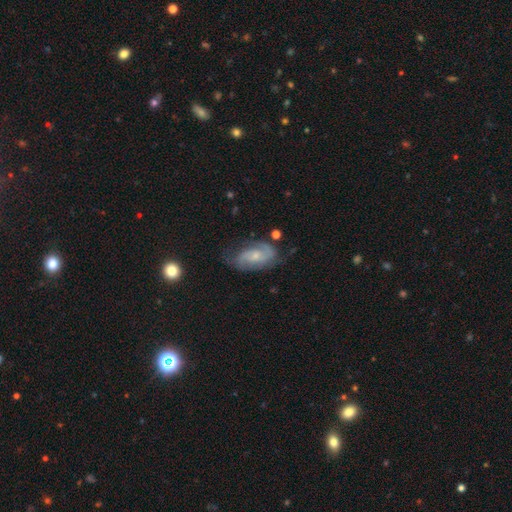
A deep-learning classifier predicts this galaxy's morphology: Smooth or featured? featured or disk (71%)
Edge-on disk? no (96%)
Bar? no (56%)
Spiral arms? yes (91%)
Spiral winding? medium (45%)
Spiral arm count? 2 (72%)
Bulge size? small (56%)
Merging? none (62%)